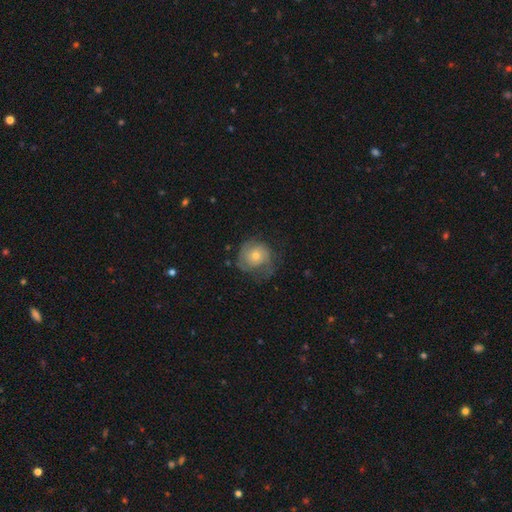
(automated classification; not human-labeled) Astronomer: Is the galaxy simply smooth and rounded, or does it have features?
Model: featured or disk — 54% (runner-up: smooth, 39%).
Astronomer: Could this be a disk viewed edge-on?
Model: no — 97%.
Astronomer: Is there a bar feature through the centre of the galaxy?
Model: no — 83%.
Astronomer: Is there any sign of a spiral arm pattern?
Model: yes — 80%.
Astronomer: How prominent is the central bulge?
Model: moderate — 51% (runner-up: small, 43%).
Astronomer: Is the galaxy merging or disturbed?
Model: none — 50% (runner-up: minor disturbance, 27%).